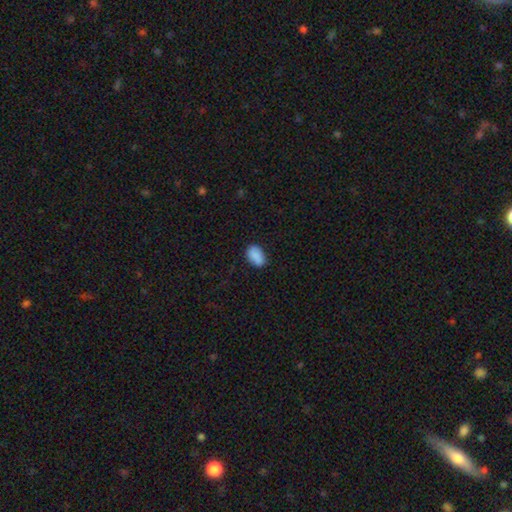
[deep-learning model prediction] Smooth or featured? Predicted: smooth (p=0.89). How rounded? Predicted: in between (p=0.90). Merging? Predicted: none (p=0.83).